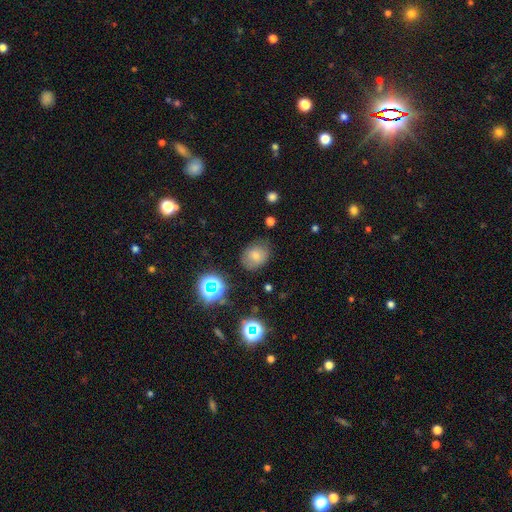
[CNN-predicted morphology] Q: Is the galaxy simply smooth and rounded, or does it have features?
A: smooth — 71%.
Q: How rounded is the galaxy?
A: round — 54%.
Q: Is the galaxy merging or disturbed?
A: none — 72%.